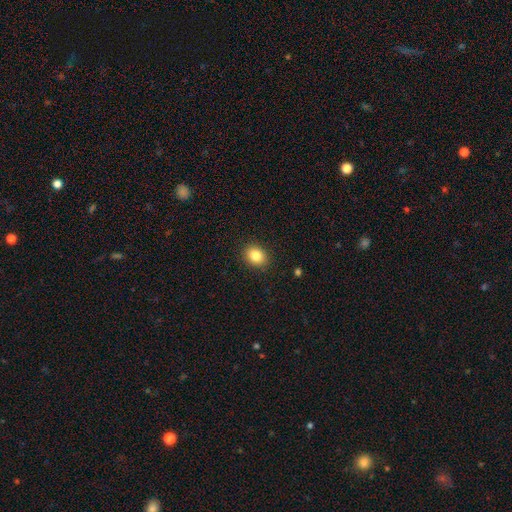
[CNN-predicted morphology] This appears to be a smooth galaxy with no disk features (85%) that is in between round and cigar-shaped (53%). Merging: none (90%).